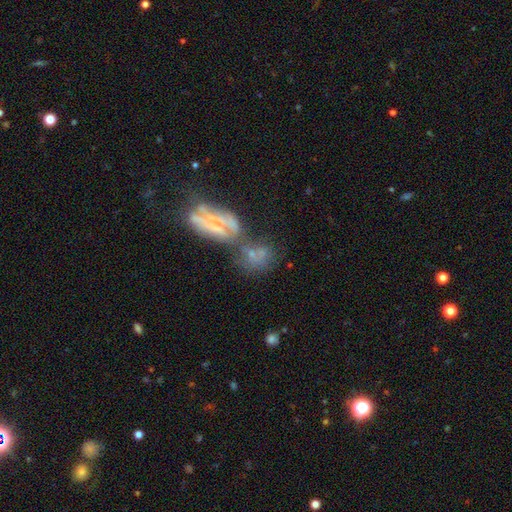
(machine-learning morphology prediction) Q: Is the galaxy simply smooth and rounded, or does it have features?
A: smooth — 44%.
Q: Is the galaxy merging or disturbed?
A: merger — 48%.